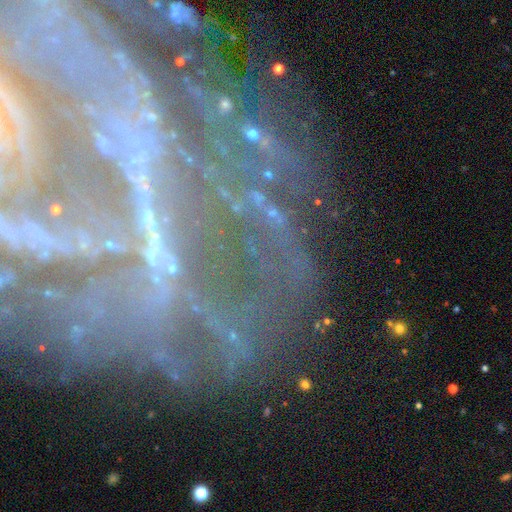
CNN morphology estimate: type=featured or disk (66%); edge-on=no (91%); bar=strong (39%); spiral arms=yes (70%); bulge=small (44%); merging=none (58%).